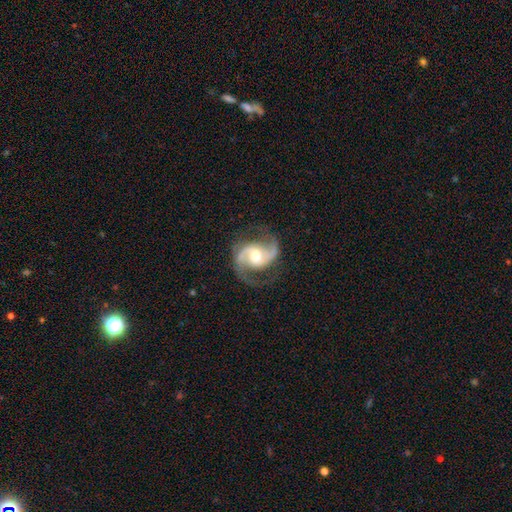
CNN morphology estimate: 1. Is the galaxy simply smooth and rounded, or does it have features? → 92% featured or disk, 4% star or artifact, 4% smooth.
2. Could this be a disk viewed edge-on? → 98% no, 2% yes.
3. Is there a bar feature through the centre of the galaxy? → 46% no, 41% weak, 13% strong.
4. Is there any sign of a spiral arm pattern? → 98% yes, 2% no.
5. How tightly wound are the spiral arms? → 57% medium, 30% loose, 14% tight.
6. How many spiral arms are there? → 93% 2, 2% 3, 2% can't tell, 1% 1, 1% 4, 1% more than 4.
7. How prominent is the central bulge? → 68% moderate, 21% small, 9% large, 1% none, 1% dominant.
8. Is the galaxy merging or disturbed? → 75% none, 15% minor disturbance, 8% major disturbance, 1% merger.